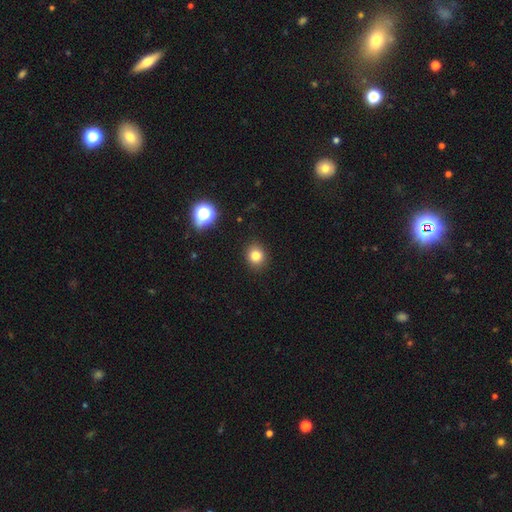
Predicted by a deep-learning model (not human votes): Smooth or featured? Predicted: smooth (p=0.80). How rounded? Predicted: round (p=0.75). Merging? Predicted: none (p=0.90).